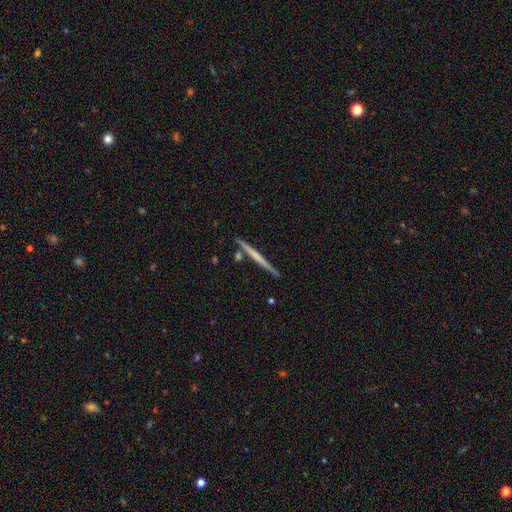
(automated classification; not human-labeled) A featured or disk galaxy (53%) viewed edge-on (97%) with no central bulge (81%).

Vote fractions:
- Smooth or featured? featured or disk: 53% / smooth: 42% / star or artifact: 5%
- Edge-on disk? yes: 97% / no: 3%
- Edge-on bulge? none: 81% / rounded: 12% / boxy: 6%
- Merging? none: 86% / minor disturbance: 8% / merger: 4% / major disturbance: 2%